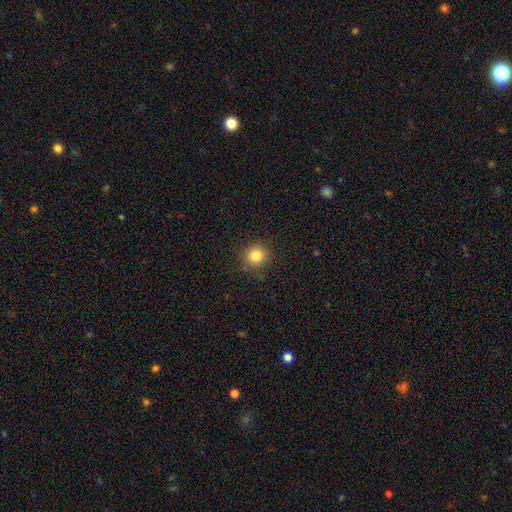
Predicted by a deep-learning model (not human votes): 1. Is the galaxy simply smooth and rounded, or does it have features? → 82% smooth, 12% star or artifact, 6% featured or disk.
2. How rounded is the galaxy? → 92% round, 7% in between, 1% cigar-shaped.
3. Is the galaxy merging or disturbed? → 86% none, 10% minor disturbance, 3% major disturbance, 1% merger.